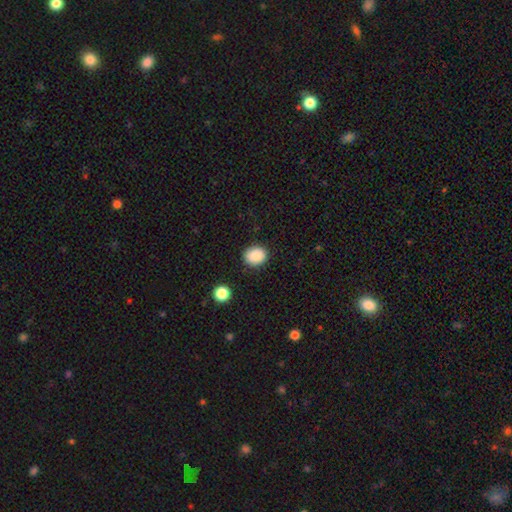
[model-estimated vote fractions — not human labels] The model was most divided on "how rounded": round: 61%, in between: 38%, cigar-shaped: 1%. More confident: merging — none (87%); smooth or featured — smooth (87%).